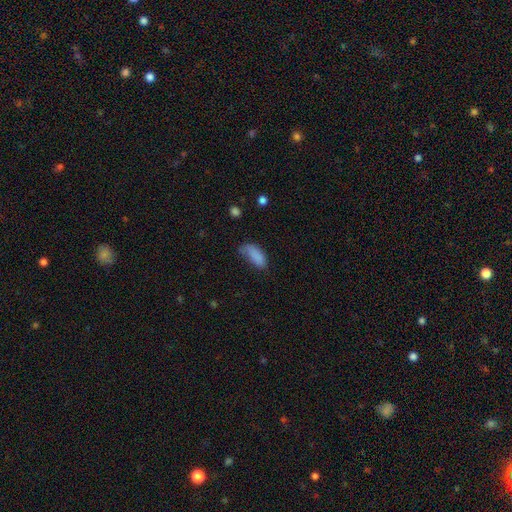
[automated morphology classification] smooth 83%, star or artifact 9%, featured or disk 8%. Down the decision tree: how rounded — in between (85%); merging — none (43%).